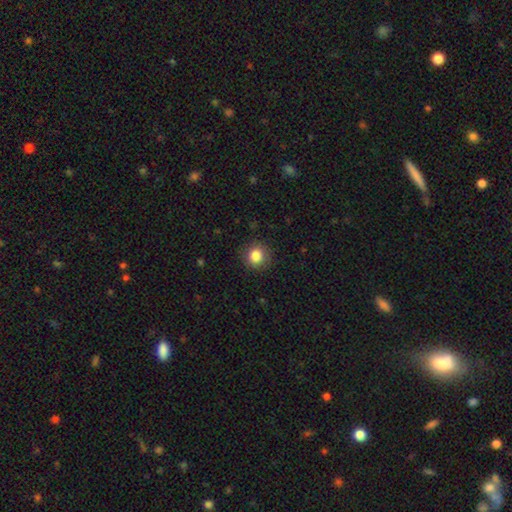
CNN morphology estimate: Smooth or featured? Predicted: smooth (p=0.85). How rounded? Predicted: round (p=0.90). Merging? Predicted: none (p=0.89).